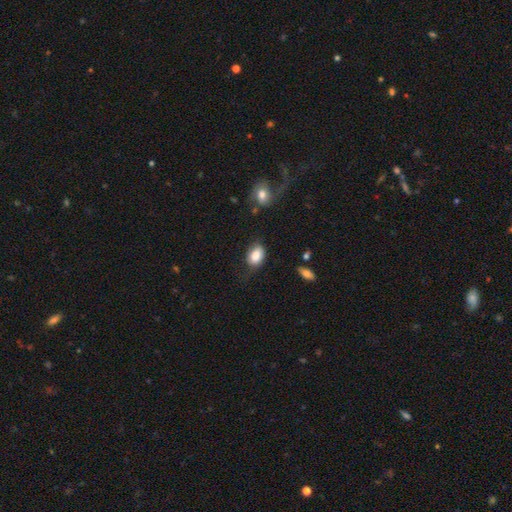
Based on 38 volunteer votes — smooth_or_featured: smooth (p=0.84) [alt: featured or disk p=0.13]
how_rounded: in between (p=0.84) [alt: round p=0.16]
merging: none (p=0.51) [alt: minor disturbance p=0.24]